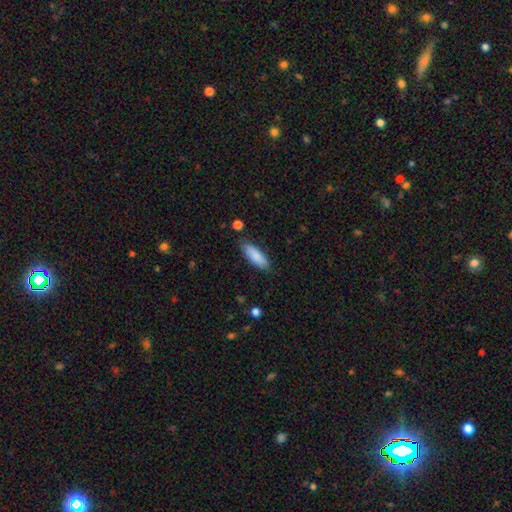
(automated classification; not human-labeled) smooth_or_featured: smooth (p=0.87) [alt: featured or disk p=0.07]
how_rounded: in between (p=0.65) [alt: cigar-shaped p=0.33]
merging: none (p=0.84) [alt: minor disturbance p=0.12]